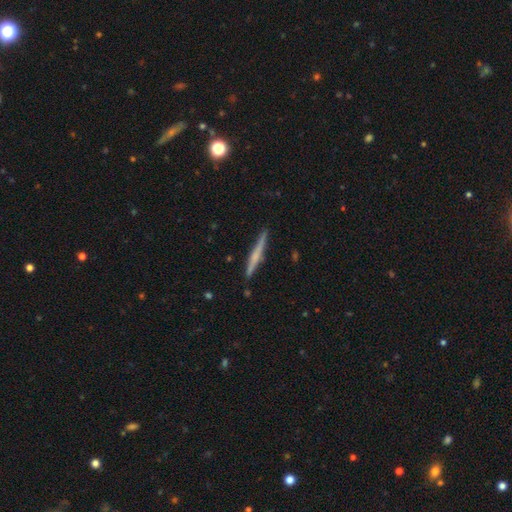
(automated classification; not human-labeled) smooth_or_featured: featured or disk (p=0.58) [alt: smooth p=0.36]
disk_edge_on: yes (p=0.98) [alt: no p=0.02]
edge_on_bulge: rounded (p=0.51) [alt: none p=0.36]
merging: none (p=0.89) [alt: minor disturbance p=0.08]